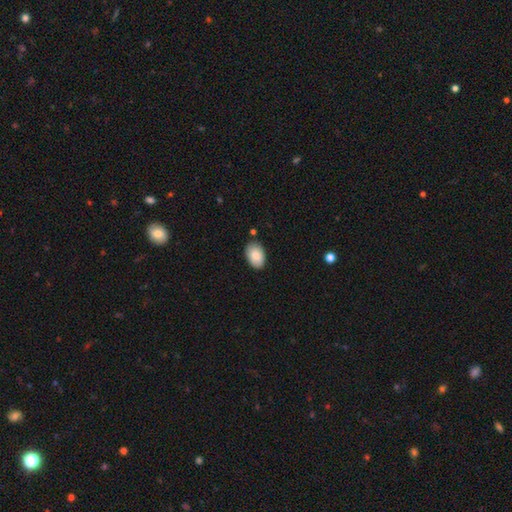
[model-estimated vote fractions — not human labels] smooth_or_featured: smooth (p=0.85) [alt: featured or disk p=0.08]
how_rounded: in between (p=0.90) [alt: round p=0.09]
merging: none (p=0.83) [alt: minor disturbance p=0.13]